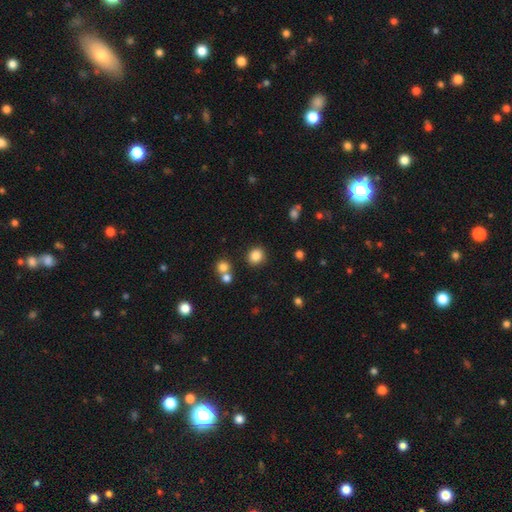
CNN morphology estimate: Smooth or featured?
  - smooth: 84% *
  - star or artifact: 11%
  - featured or disk: 5%
How rounded?
  - round: 79% *
  - in between: 20%
  - cigar-shaped: 1%
Merging?
  - none: 84% *
  - minor disturbance: 8%
  - merger: 6%
  - major disturbance: 3%